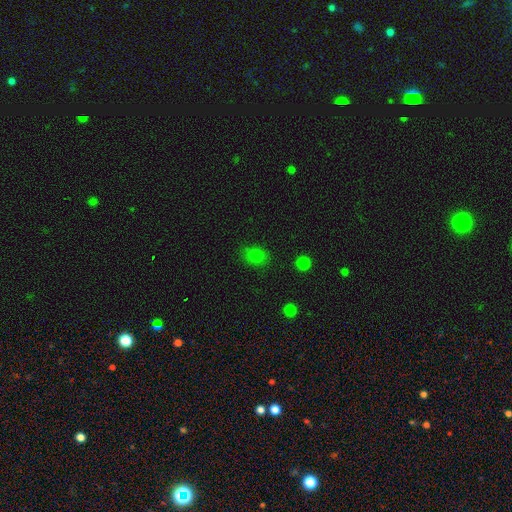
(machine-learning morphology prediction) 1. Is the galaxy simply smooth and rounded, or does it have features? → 77% smooth, 16% star or artifact, 7% featured or disk.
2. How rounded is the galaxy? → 54% round, 44% in between, 1% cigar-shaped.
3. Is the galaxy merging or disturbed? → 82% none, 13% minor disturbance, 3% major disturbance, 2% merger.